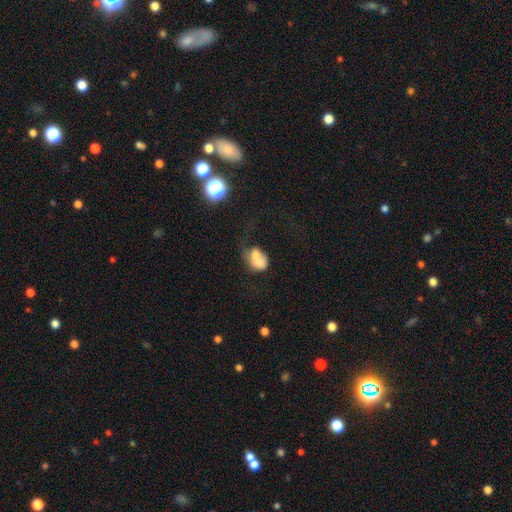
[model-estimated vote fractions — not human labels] Overall: smooth (63%; featured or disk 27%). How rounded: in between (58%; round 41%). Merging: merger (63%).